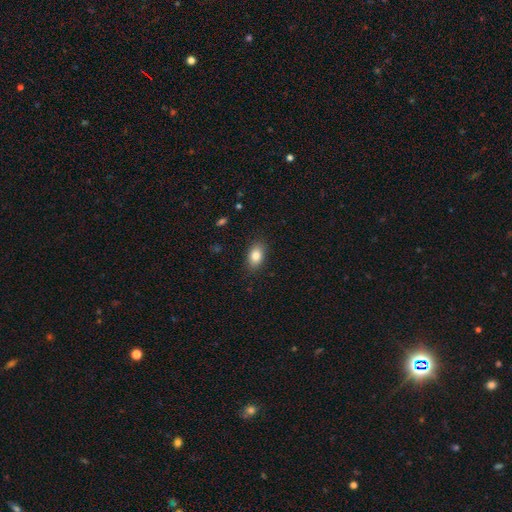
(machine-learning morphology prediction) smooth_or_featured: smooth (p=0.84) [alt: featured or disk p=0.08]
how_rounded: in between (p=0.87) [alt: round p=0.11]
merging: none (p=0.86) [alt: minor disturbance p=0.10]